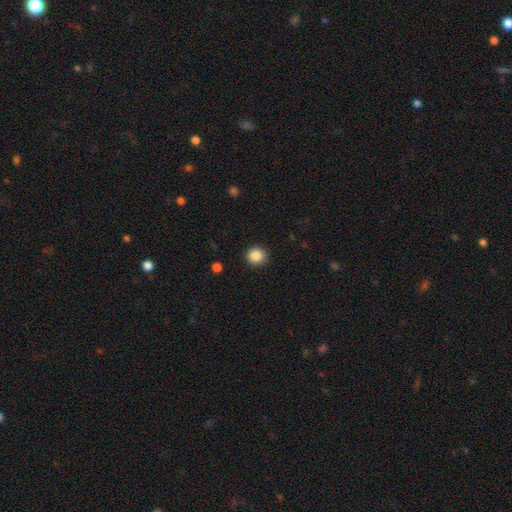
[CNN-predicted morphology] This is clearly a smooth galaxy (87%). How rounded: clearly round (90%). Merging: clearly none (90%).